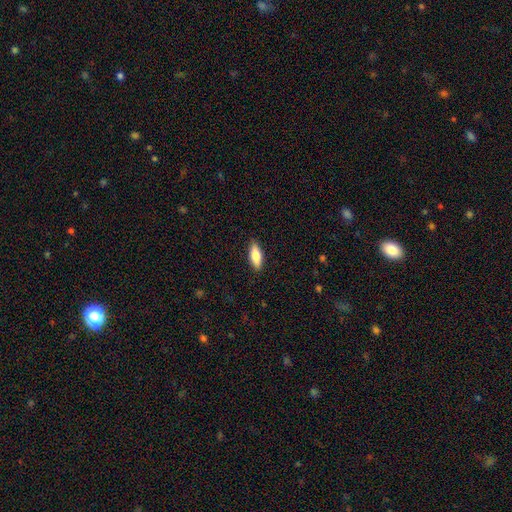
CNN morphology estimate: Overall: smooth (77%). How rounded: in between (71%). Merging: none (88%).